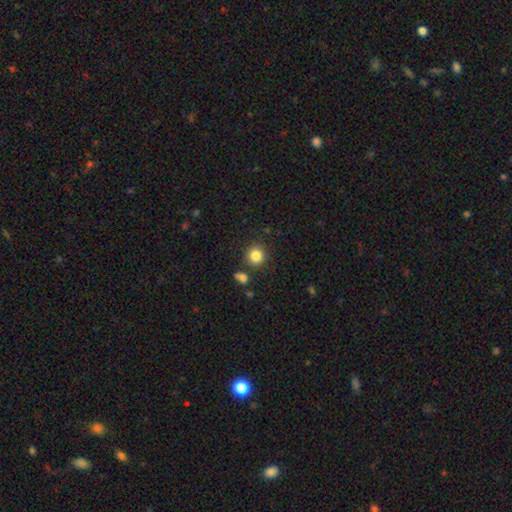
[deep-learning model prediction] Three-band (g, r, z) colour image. It shows a smooth galaxy with no disk features (84%) that is round (91%). Merging: none (85%).